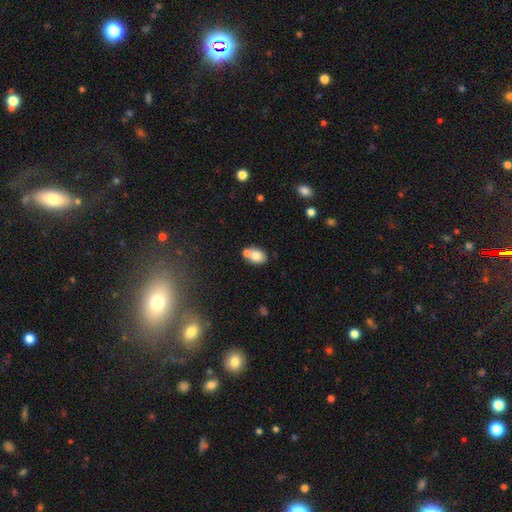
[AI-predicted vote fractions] A smooth galaxy with no disk features (76%) that is in between round and cigar-shaped (65%). Merging: none (47%).